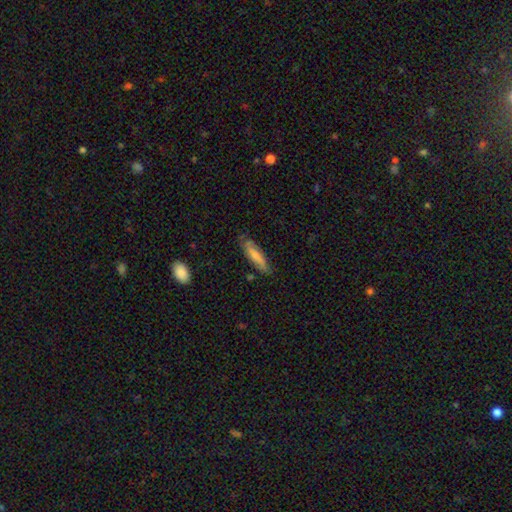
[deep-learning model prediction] The model was most divided on "how rounded": cigar-shaped: 63%, in between: 35%, round: 2%. More confident: merging — none (72%); smooth or featured — smooth (64%).